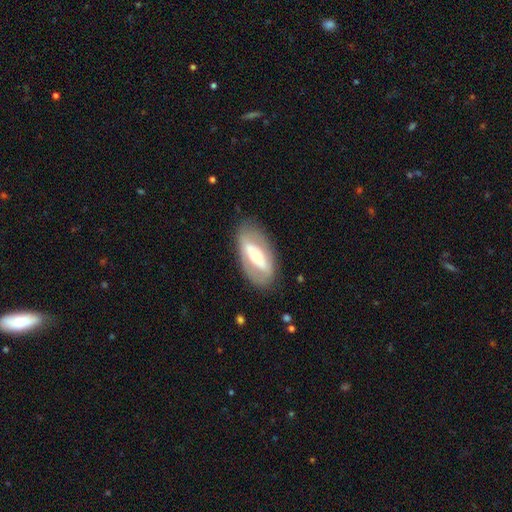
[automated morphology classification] Smooth or featured: featured or disk — 65% (smooth — 29%)
Edge-on disk: no — 88% (yes — 12%)
Bar: strong — 42% (no — 32%)
Spiral arms: no — 60% (yes — 40%)
Bulge size: moderate — 62% (small — 27%)
Merging: none — 78% (minor disturbance — 14%)